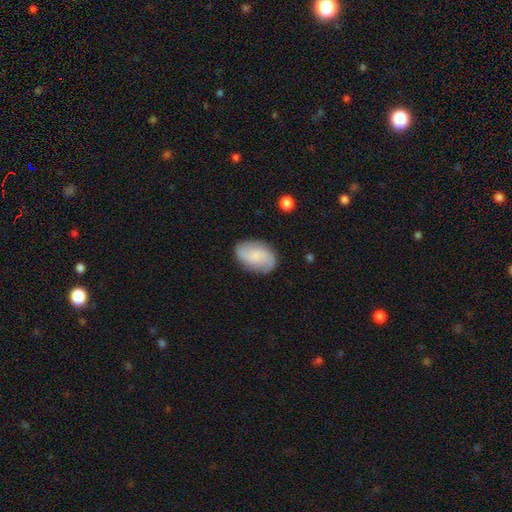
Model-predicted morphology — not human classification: Smooth or featured?
  - featured or disk: 51% *
  - smooth: 41%
  - star or artifact: 8%
Edge-on disk?
  - no: 97% *
  - yes: 3%
Merging?
  - none: 80% *
  - minor disturbance: 15%
  - major disturbance: 4%
  - merger: 1%